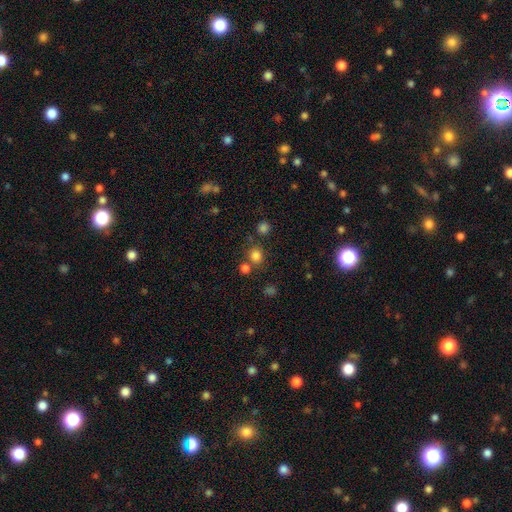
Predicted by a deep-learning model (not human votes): smooth 79%, star or artifact 15%, featured or disk 5%. Down the decision tree: how rounded — round (83%); merging — none (69%).